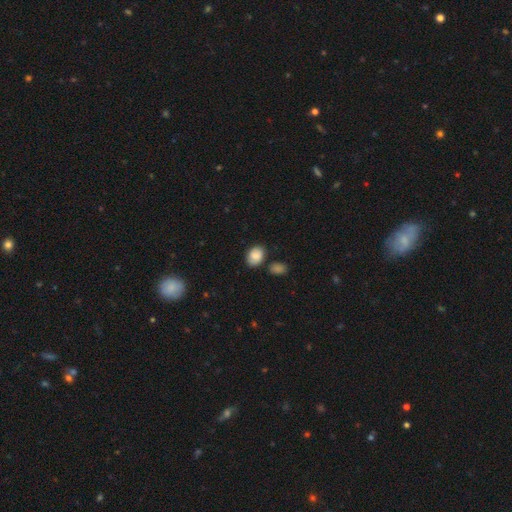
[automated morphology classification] Smooth or featured? Predicted: smooth (p=0.86). How rounded? Predicted: in between (p=0.68). Merging? Predicted: none (p=0.74).